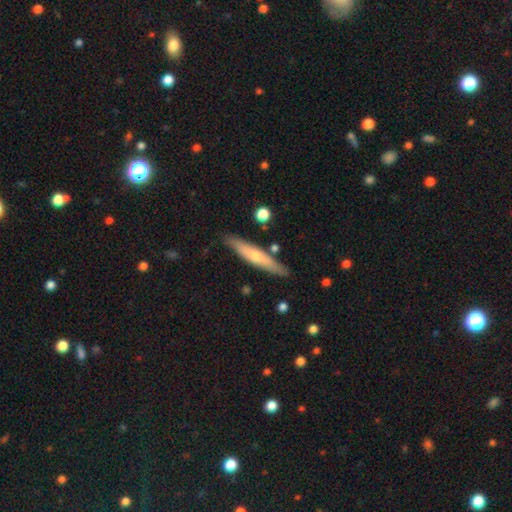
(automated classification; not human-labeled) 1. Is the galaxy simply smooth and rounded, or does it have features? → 48% featured or disk, 46% smooth, 6% star or artifact.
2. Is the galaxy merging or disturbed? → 84% none, 11% minor disturbance, 3% merger, 2% major disturbance.